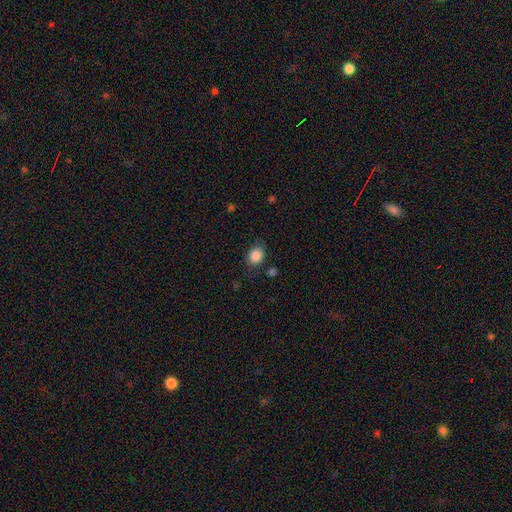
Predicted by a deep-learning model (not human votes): A smooth galaxy with no disk features (87%) that is round (60%).

Vote fractions:
- Smooth or featured? smooth: 87% / star or artifact: 9% / featured or disk: 4%
- How rounded? round: 60% / in between: 39% / cigar-shaped: 1%
- Merging? none: 79% / minor disturbance: 14% / major disturbance: 5% / merger: 2%